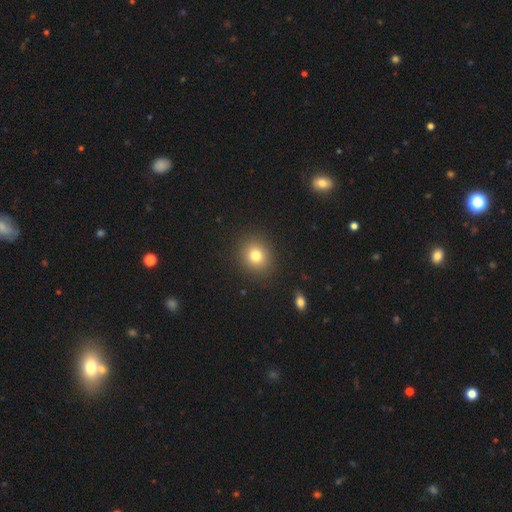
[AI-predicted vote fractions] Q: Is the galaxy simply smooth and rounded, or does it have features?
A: smooth — 78%.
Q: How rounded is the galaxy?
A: round — 82%.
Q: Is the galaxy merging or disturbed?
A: none — 90%.